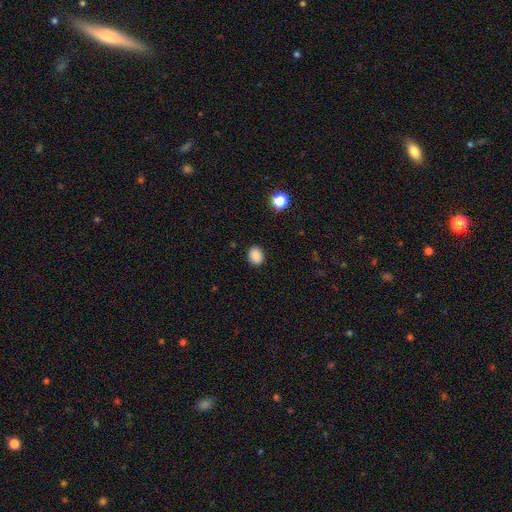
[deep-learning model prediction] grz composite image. It shows a smooth galaxy with no disk features (87%) that is round (51%). Merging: none (88%).